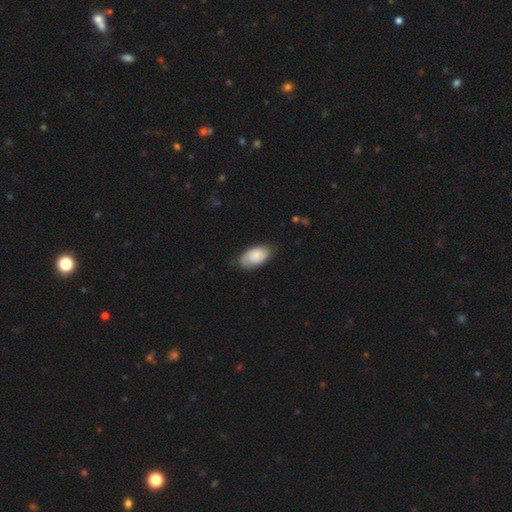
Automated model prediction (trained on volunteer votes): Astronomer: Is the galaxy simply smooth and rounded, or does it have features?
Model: smooth — 65%.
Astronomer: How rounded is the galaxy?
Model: in between — 94%.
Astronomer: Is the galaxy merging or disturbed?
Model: none — 70%.